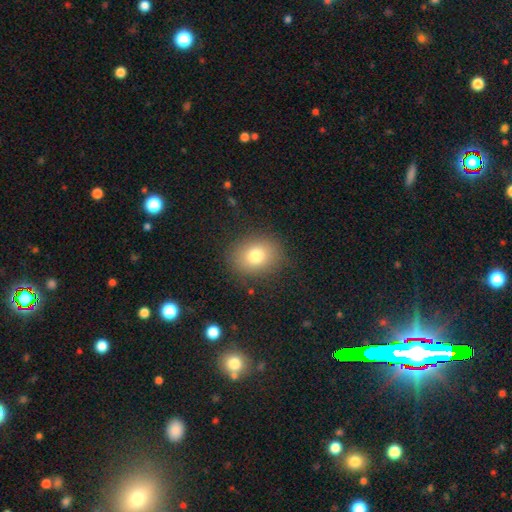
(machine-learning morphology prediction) A smooth galaxy with no disk features (77%) that is round (62%). Merging: none (86%).